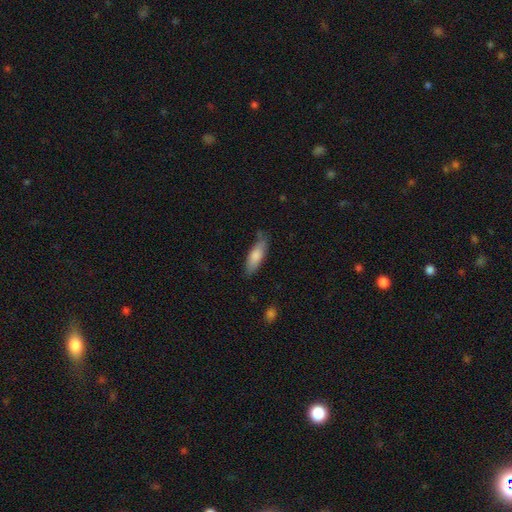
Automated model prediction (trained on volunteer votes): This is likely a smooth galaxy (79%). How rounded: possibly in between (53%). Merging: likely none (71%).